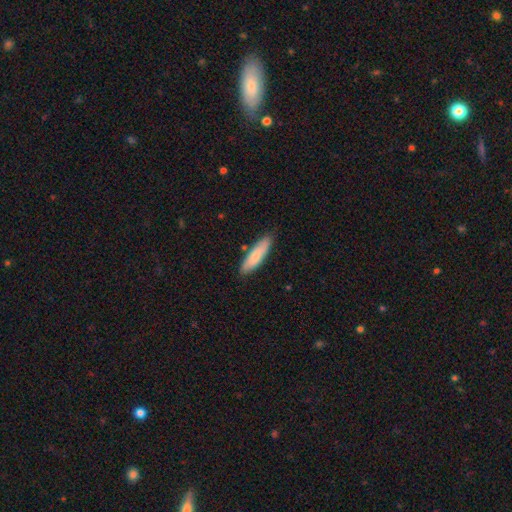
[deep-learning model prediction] smooth 76%, featured or disk 18%, star or artifact 5%. Down the decision tree: how rounded — cigar-shaped (61%); merging — none (84%).